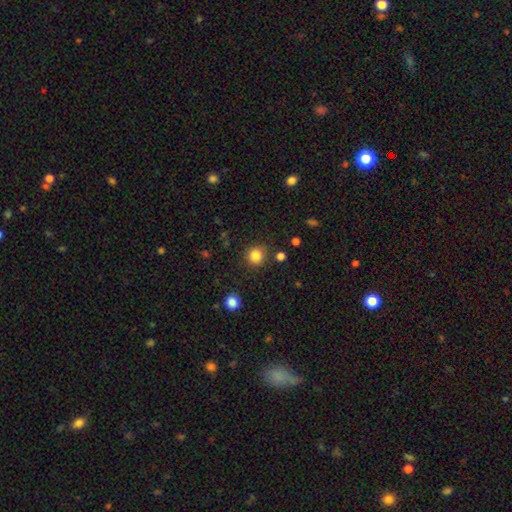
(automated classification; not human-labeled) smooth_or_featured: smooth (p=0.84) [alt: star or artifact p=0.12]
how_rounded: round (p=0.92) [alt: in between p=0.07]
merging: none (p=0.85) [alt: minor disturbance p=0.09]